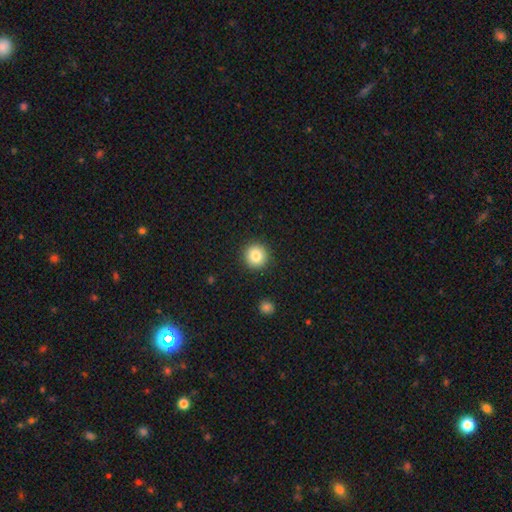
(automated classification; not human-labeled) Overall: smooth (83%). How rounded: round (94%). Merging: none (91%).